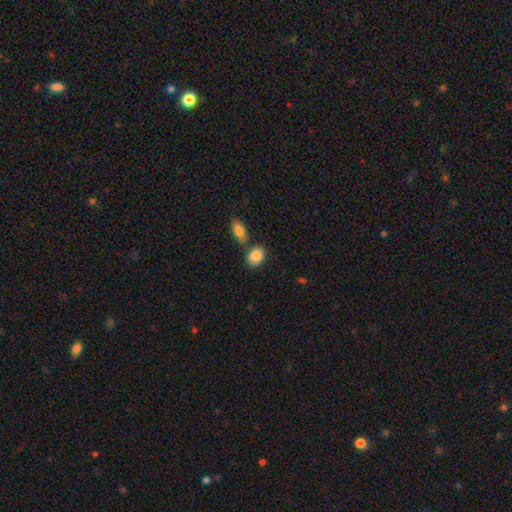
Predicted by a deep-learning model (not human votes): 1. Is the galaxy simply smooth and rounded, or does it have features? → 88% smooth, 7% star or artifact, 5% featured or disk.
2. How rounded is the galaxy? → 60% in between, 38% round, 2% cigar-shaped.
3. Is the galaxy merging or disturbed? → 68% none, 18% merger, 12% minor disturbance, 3% major disturbance.